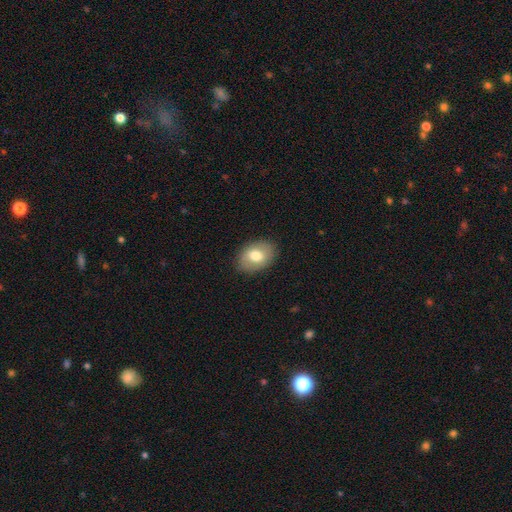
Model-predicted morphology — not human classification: Q: Smooth or featured?
A: smooth (73%); runner-up: featured or disk (20%)
Q: How rounded?
A: in between (76%); runner-up: round (23%)
Q: Merging?
A: none (85%); runner-up: minor disturbance (11%)